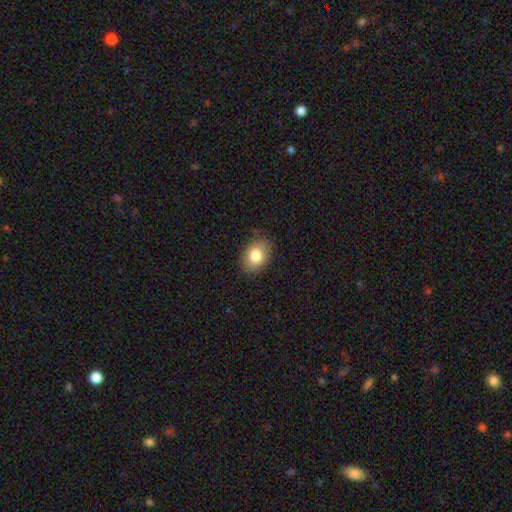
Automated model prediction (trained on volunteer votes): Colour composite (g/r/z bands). It shows a smooth galaxy with no disk features (80%) that is in between round and cigar-shaped (69%). Merging: none (81%).